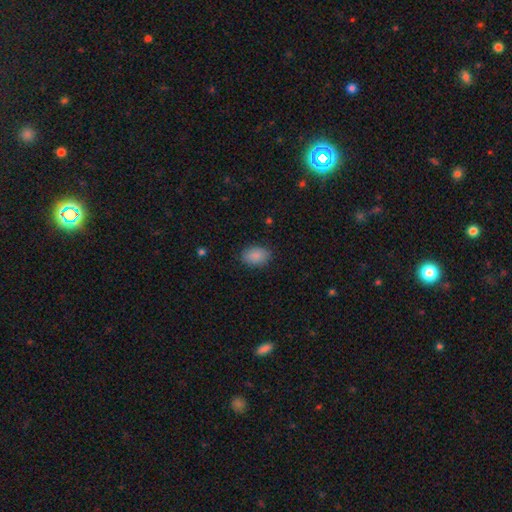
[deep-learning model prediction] This is clearly a smooth galaxy (88%). How rounded: clearly in between (86%). Merging: clearly none (86%).